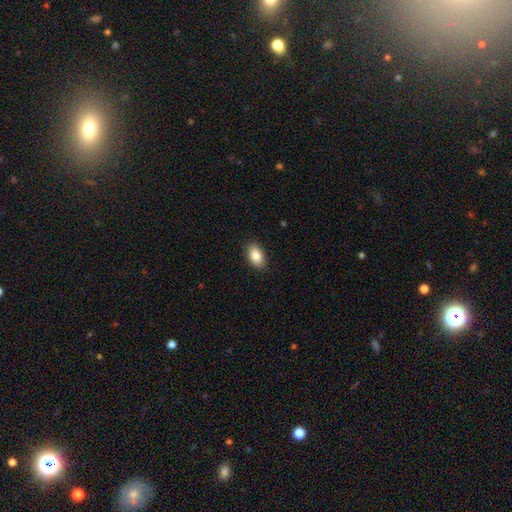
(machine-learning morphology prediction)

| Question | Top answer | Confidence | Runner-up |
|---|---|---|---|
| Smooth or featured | smooth | 86% | star or artifact (7%) |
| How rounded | in between | 90% | round (8%) |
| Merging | none | 89% | minor disturbance (8%) |